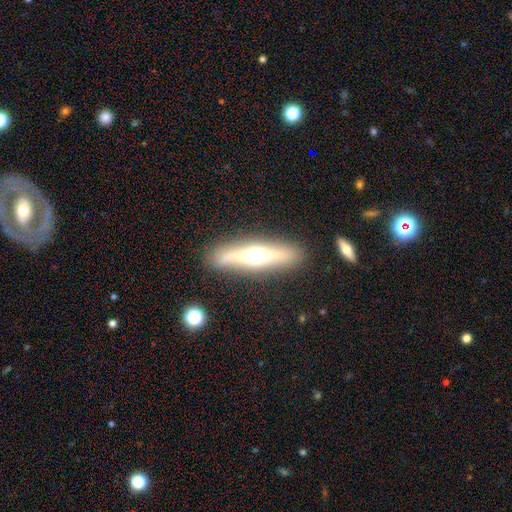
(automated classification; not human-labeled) Overall: featured or disk (59%; smooth 32%). Edge-on disk: yes (88%). Edge-on bulge: rounded (93%). Merging: none (87%).